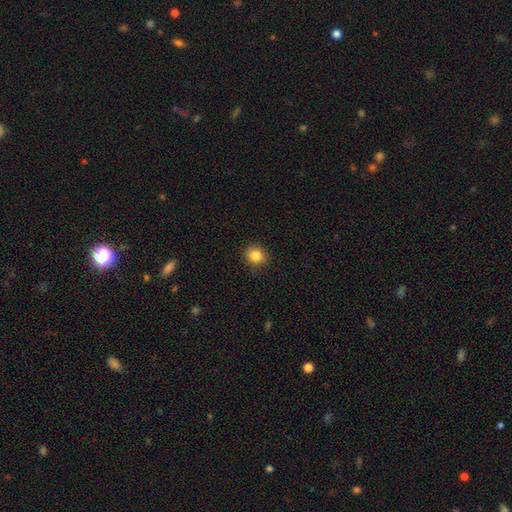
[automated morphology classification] This appears to be a smooth galaxy with no disk features (85%) that is round (73%). Merging: none (89%).